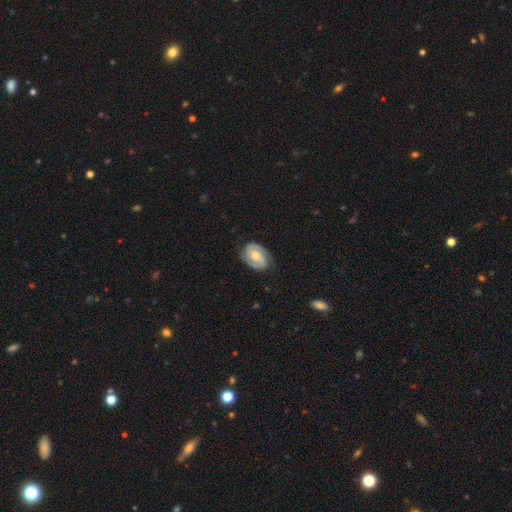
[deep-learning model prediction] A featured or disk galaxy (76%) with no bar (48%), 2 (88%) tight (46%) spiral arms (95%) and a moderate central bulge (56%).

Vote fractions:
- Smooth or featured? featured or disk: 76% / smooth: 18% / star or artifact: 6%
- Edge-on disk? no: 97% / yes: 3%
- Bar? no: 48% / weak: 39% / strong: 13%
- Spiral arms? yes: 95% / no: 5%
- Spiral winding? tight: 46% / medium: 41% / loose: 13%
- Spiral arm count? 2: 88% / can't tell: 6% / 3: 2% / 1: 2% / 4: 1% / more than 4: 1%
- Bulge size? moderate: 56% / small: 33% / large: 6% / none: 4% / dominant: 1%
- Merging? none: 79% / minor disturbance: 15% / major disturbance: 4% / merger: 1%